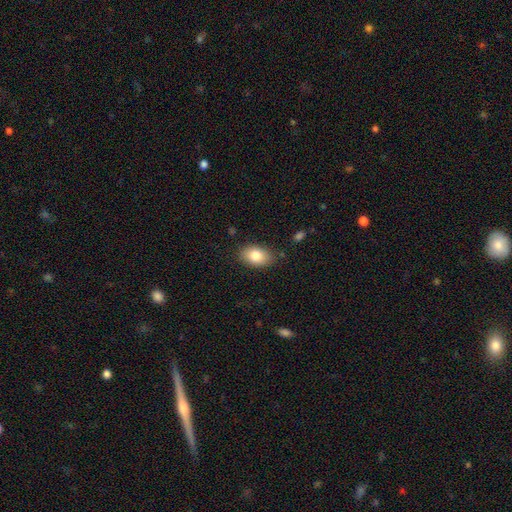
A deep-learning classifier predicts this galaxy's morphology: A smooth galaxy with no disk features (83%) that is in between round and cigar-shaped (88%). Merging: none (83%).